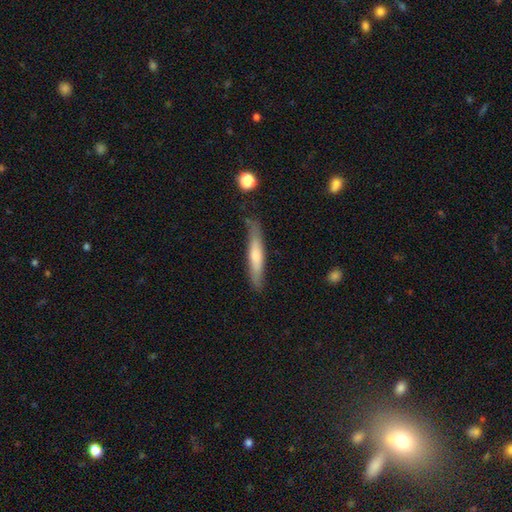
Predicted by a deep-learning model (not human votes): Smooth or featured? Predicted: smooth (p=0.59). How rounded? Predicted: cigar-shaped (p=0.91). Merging? Predicted: none (p=0.78).